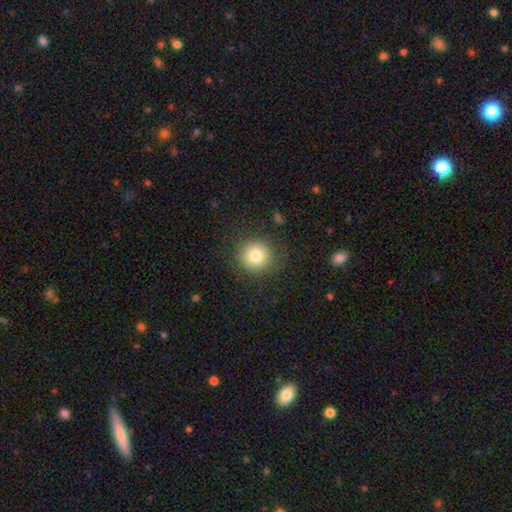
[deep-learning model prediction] Q: Smooth or featured?
A: smooth (81%); runner-up: star or artifact (11%)
Q: How rounded?
A: round (93%); runner-up: in between (7%)
Q: Merging?
A: none (86%); runner-up: minor disturbance (9%)